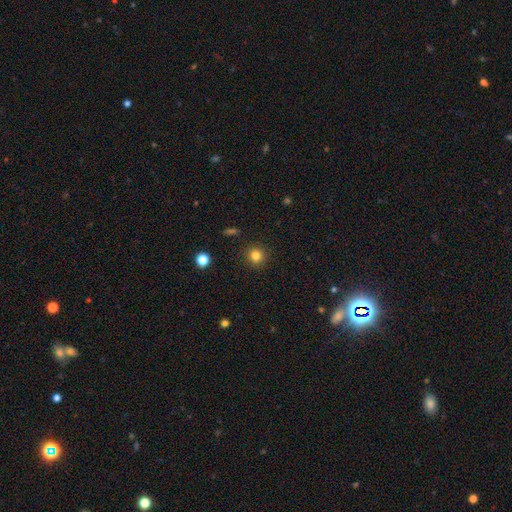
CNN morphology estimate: Smooth or featured?
  - smooth: 81% *
  - star or artifact: 13%
  - featured or disk: 6%
How rounded?
  - round: 94% *
  - in between: 5%
  - cigar-shaped: 1%
Merging?
  - none: 91% *
  - minor disturbance: 6%
  - major disturbance: 2%
  - merger: 1%